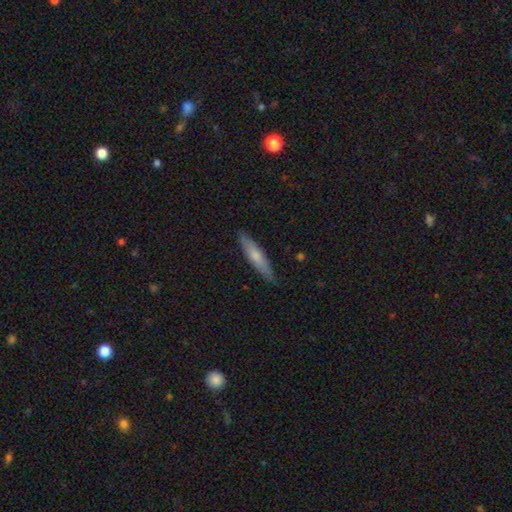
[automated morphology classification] Smooth or featured: smooth — 65% (featured or disk — 30%)
How rounded: cigar-shaped — 85% (in between — 14%)
Merging: none — 88% (minor disturbance — 9%)